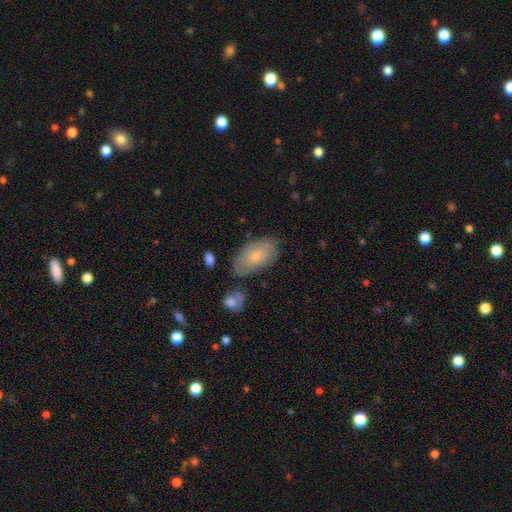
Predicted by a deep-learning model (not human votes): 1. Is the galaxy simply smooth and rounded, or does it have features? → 66% smooth, 27% featured or disk, 7% star or artifact.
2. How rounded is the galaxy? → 93% in between, 4% round, 3% cigar-shaped.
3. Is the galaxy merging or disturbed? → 69% none, 21% minor disturbance, 5% major disturbance, 4% merger.